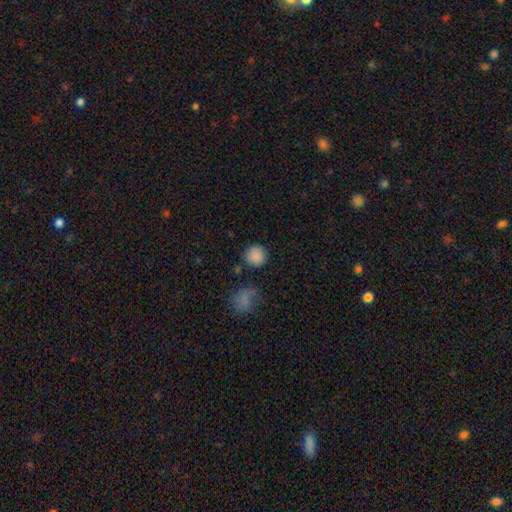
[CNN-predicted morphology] Smooth or featured? Predicted: smooth (p=0.85). How rounded? Predicted: round (p=0.92). Merging? Predicted: none (p=0.79).